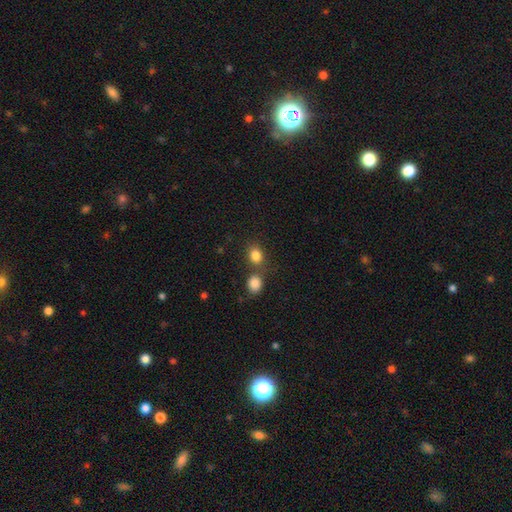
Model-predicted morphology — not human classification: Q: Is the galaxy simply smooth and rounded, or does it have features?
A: smooth — 83%.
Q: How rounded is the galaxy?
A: round — 51%.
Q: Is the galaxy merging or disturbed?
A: none — 58%.